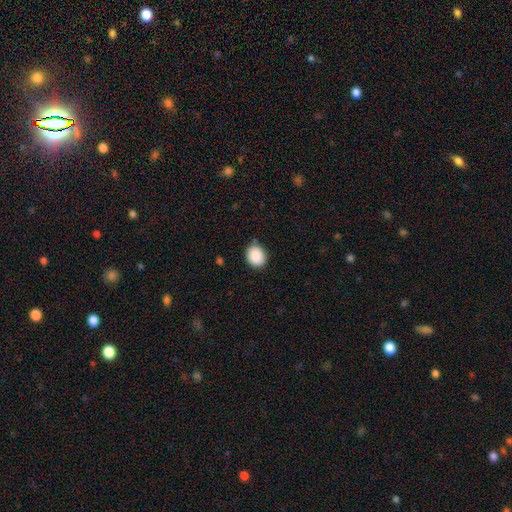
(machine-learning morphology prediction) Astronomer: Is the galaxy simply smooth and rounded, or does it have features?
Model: smooth — 89%.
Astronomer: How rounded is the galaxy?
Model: round — 59% (runner-up: in between, 41%).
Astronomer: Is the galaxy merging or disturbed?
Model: none — 84%.